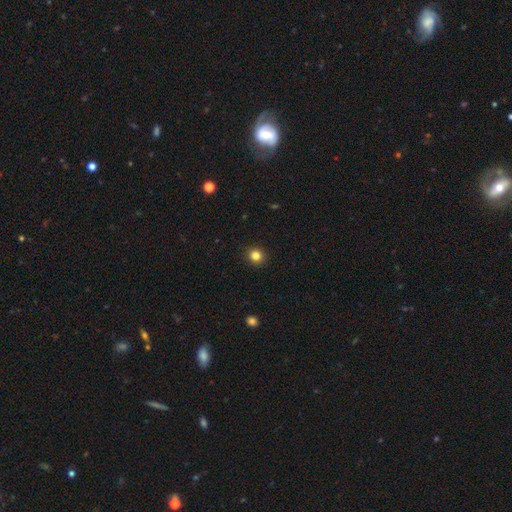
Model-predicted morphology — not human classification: type=smooth (83%); roundness=round (90%); merging=none (92%).